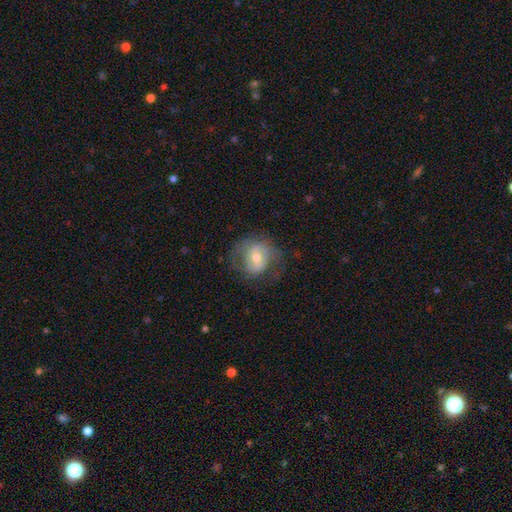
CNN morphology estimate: The model was most divided on "bar": weak: 42%, no: 41%, strong: 17%. More confident: edge-on disk — no (96%); spiral arms — yes (67%); bulge size — moderate (65%); merging — none (61%); smooth or featured — featured or disk (55%).